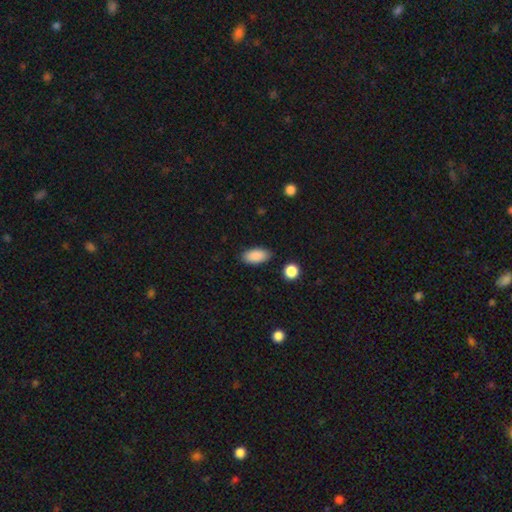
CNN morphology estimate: Smooth or featured?
  - smooth: 89% *
  - star or artifact: 7%
  - featured or disk: 4%
How rounded?
  - in between: 92% *
  - cigar-shaped: 5%
  - round: 3%
Merging?
  - none: 86% *
  - minor disturbance: 10%
  - major disturbance: 2%
  - merger: 2%